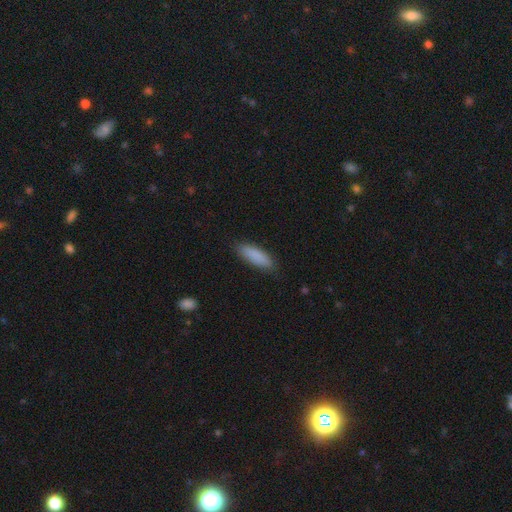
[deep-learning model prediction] Smooth or featured? Predicted: smooth (p=0.88). How rounded? Predicted: cigar-shaped (p=0.53). Merging? Predicted: none (p=0.86).